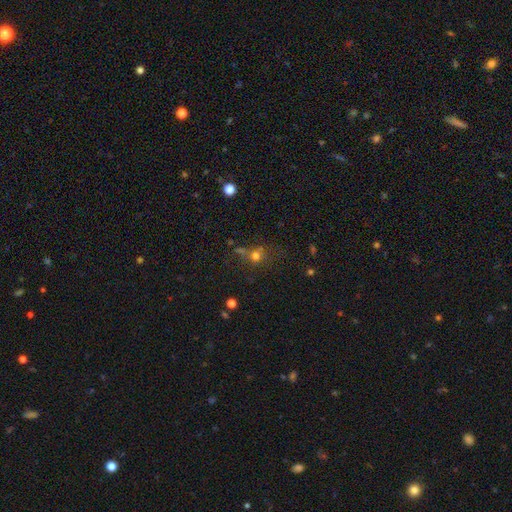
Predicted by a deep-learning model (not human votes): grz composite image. It shows a smooth galaxy with no disk features (65%) that is round (83%). Merging: none (58%).